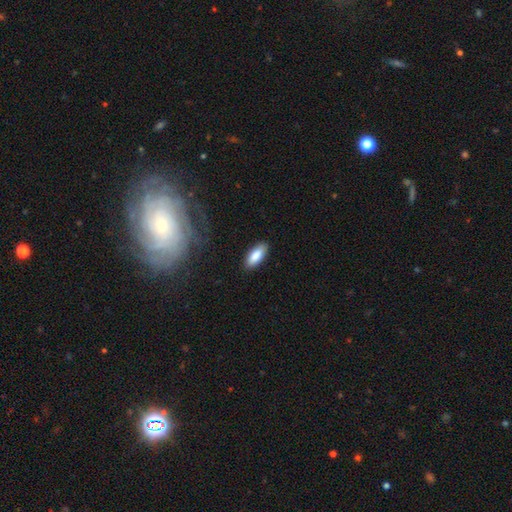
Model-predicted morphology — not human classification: Smooth or featured?
  - smooth: 87% *
  - featured or disk: 7%
  - star or artifact: 6%
How rounded?
  - in between: 78% *
  - cigar-shaped: 20%
  - round: 2%
Merging?
  - none: 88% *
  - minor disturbance: 9%
  - major disturbance: 2%
  - merger: 1%